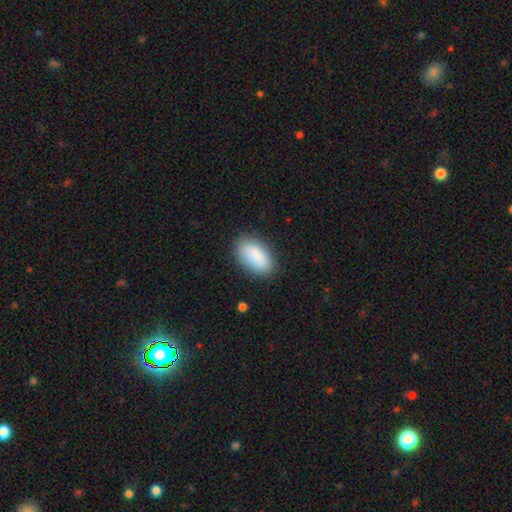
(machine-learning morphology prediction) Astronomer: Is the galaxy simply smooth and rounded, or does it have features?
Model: smooth — 86%.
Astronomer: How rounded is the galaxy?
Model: in between — 92%.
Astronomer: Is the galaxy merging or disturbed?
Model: none — 83%.